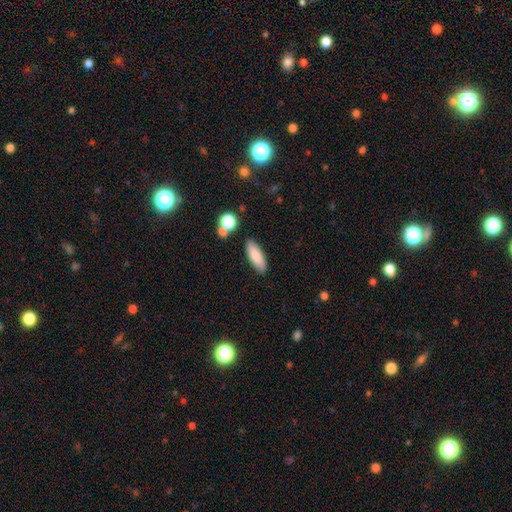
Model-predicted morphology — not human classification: smooth_or_featured: smooth (p=0.83) [alt: featured or disk p=0.10]
how_rounded: in between (p=0.61) [alt: cigar-shaped p=0.37]
merging: none (p=0.83) [alt: minor disturbance p=0.10]